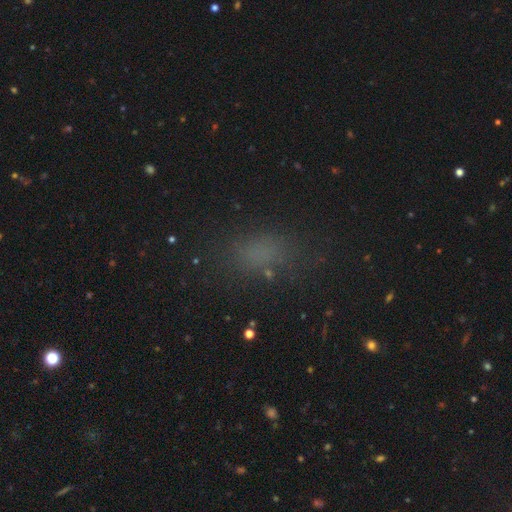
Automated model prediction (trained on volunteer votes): smooth 64%, star or artifact 27%, featured or disk 9%. Down the decision tree: how rounded — in between (78%); merging — none (78%).